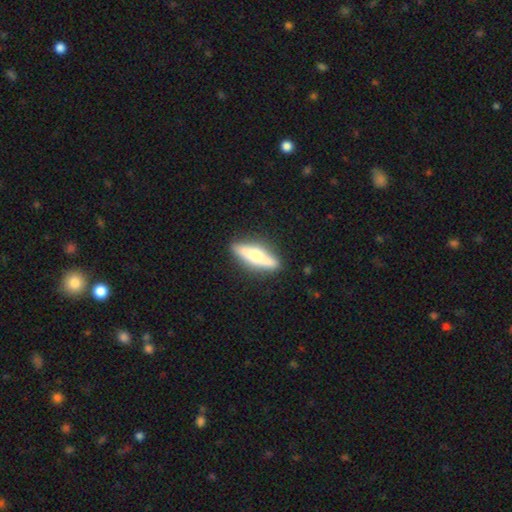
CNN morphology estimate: smooth_or_featured: featured or disk (p=0.51) [alt: smooth p=0.44]
disk_edge_on: yes (p=0.90) [alt: no p=0.10]
merging: none (p=0.87) [alt: minor disturbance p=0.10]